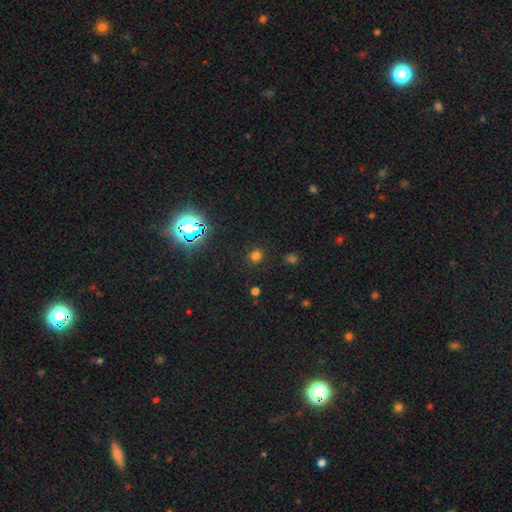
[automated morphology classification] type=smooth (68%); roundness=round (90%); merging=none (88%).